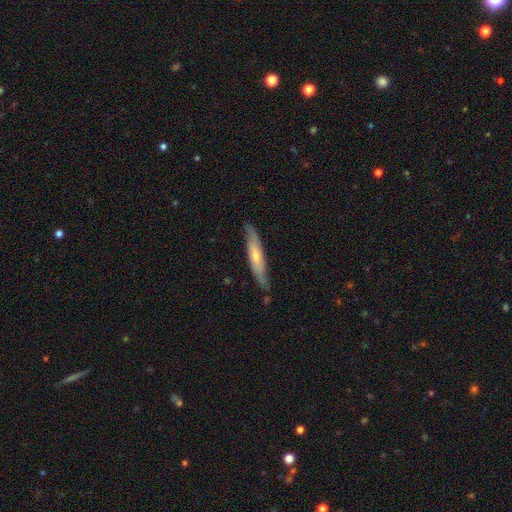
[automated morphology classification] The model was most divided on "smooth or featured": featured or disk: 56%, smooth: 39%, star or artifact: 6%. More confident: merging — none (77%); edge-on disk — yes (65%).